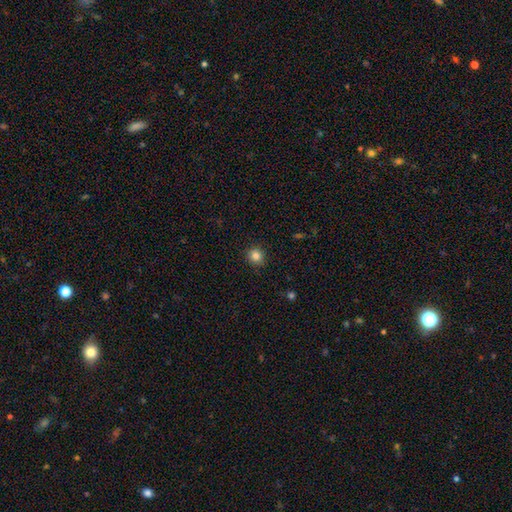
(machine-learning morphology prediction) type=smooth (84%); roundness=round (87%); merging=none (90%).